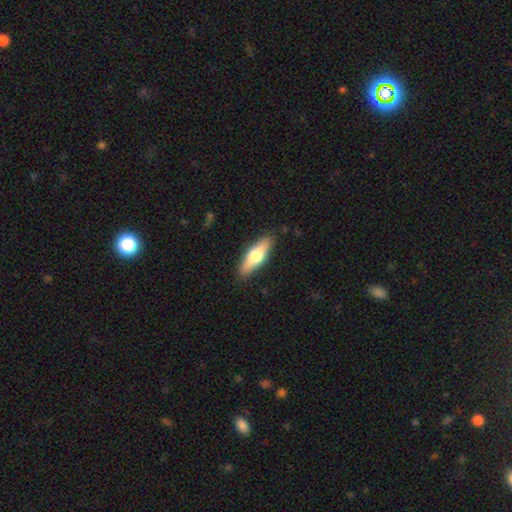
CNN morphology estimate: Smooth or featured? smooth (58%)
How rounded? in between (51%)
Merging? none (88%)